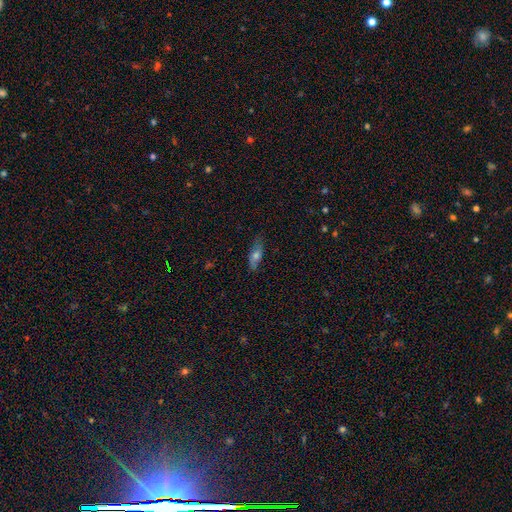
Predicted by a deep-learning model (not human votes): Overall: smooth (55%; featured or disk 35%). How rounded: in between (61%; cigar-shaped 35%). Merging: none (77%).